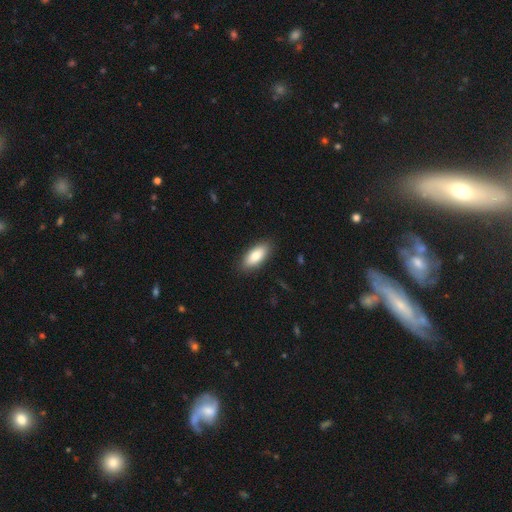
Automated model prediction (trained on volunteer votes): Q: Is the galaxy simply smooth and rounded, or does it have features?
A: smooth — 83%.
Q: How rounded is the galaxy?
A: in between — 86%.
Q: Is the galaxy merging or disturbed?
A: none — 88%.